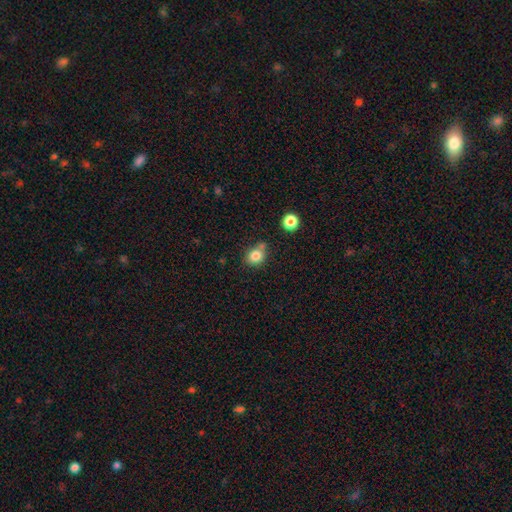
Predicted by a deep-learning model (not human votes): smooth 82%, star or artifact 11%, featured or disk 7%. Down the decision tree: how rounded — round (68%); merging — none (64%).